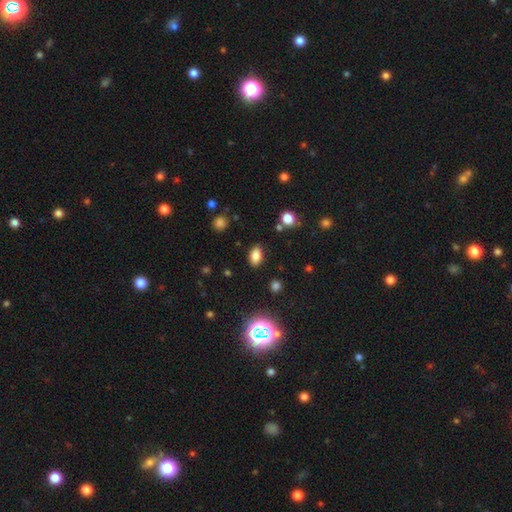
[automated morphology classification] smooth_or_featured: smooth (p=0.81) [alt: star or artifact p=0.13]
how_rounded: in between (p=0.89) [alt: round p=0.09]
merging: none (p=0.85) [alt: minor disturbance p=0.10]